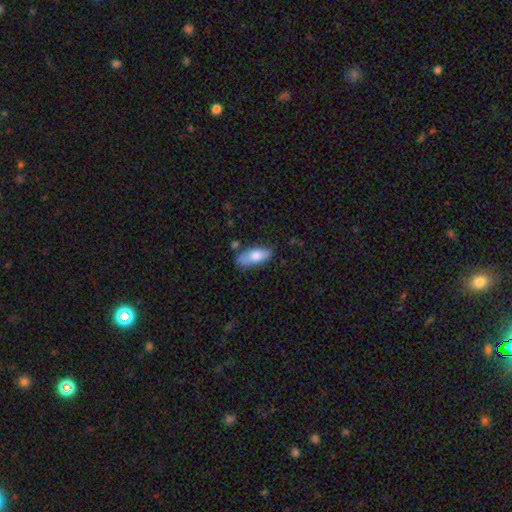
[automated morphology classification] type=smooth (75%); roundness=in between (80%); merging=none (66%).